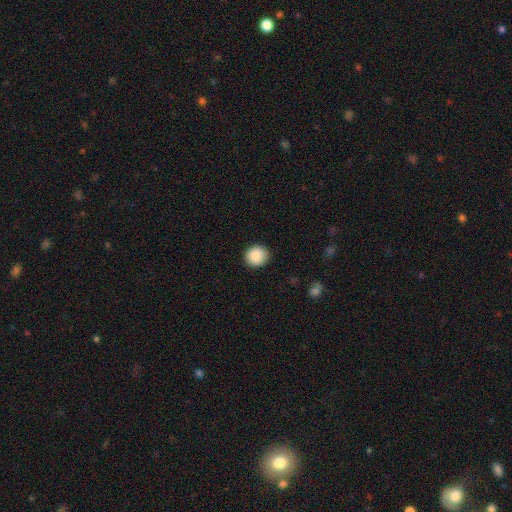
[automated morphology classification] The model was most divided on "how rounded": round: 90%, in between: 9%, cigar-shaped: 1%. More confident: merging — none (90%); smooth or featured — smooth (89%).